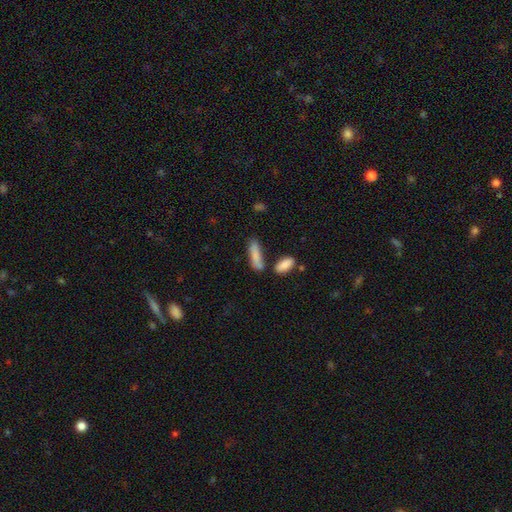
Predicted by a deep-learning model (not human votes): Q: Smooth or featured?
A: smooth (82%); runner-up: featured or disk (11%)
Q: How rounded?
A: cigar-shaped (63%); runner-up: in between (35%)
Q: Merging?
A: none (59%); runner-up: merger (19%)